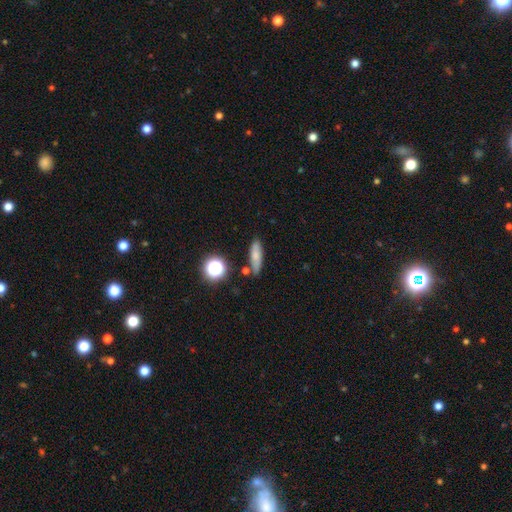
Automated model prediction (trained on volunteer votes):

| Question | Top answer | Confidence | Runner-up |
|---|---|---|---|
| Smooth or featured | smooth | 71% | featured or disk (17%) |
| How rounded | cigar-shaped | 50% | in between (41%) |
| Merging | none | 77% | minor disturbance (14%) |